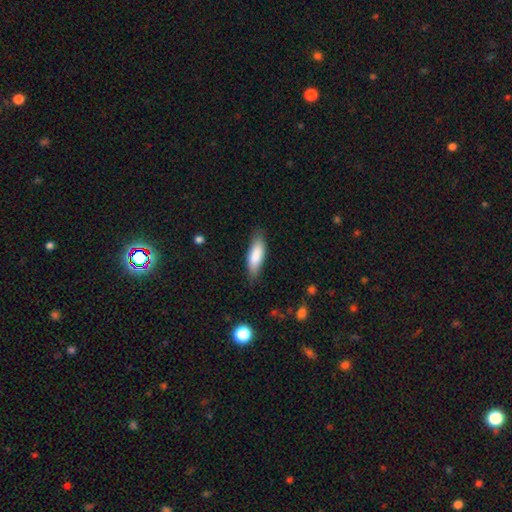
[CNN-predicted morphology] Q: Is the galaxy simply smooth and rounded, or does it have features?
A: smooth — 84%.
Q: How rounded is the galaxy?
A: in between — 60%.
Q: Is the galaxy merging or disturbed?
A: none — 81%.